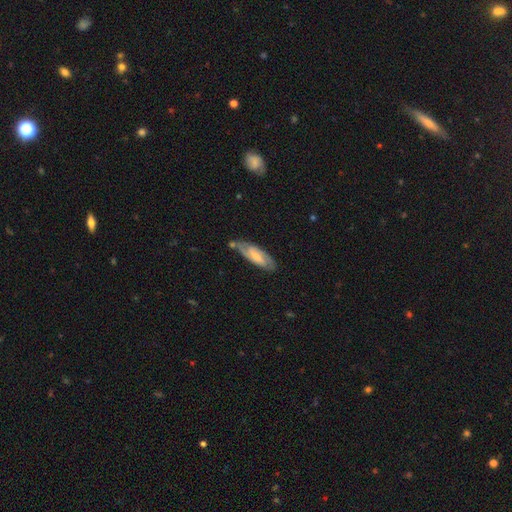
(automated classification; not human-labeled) Smooth or featured: featured or disk — 61% (smooth — 33%)
Edge-on disk: no — 85% (yes — 15%)
Bar: weak — 47% (no — 27%)
Spiral arms: yes — 90% (no — 10%)
Bulge size: small — 45% (moderate — 31%)
Merging: none — 71% (minor disturbance — 19%)